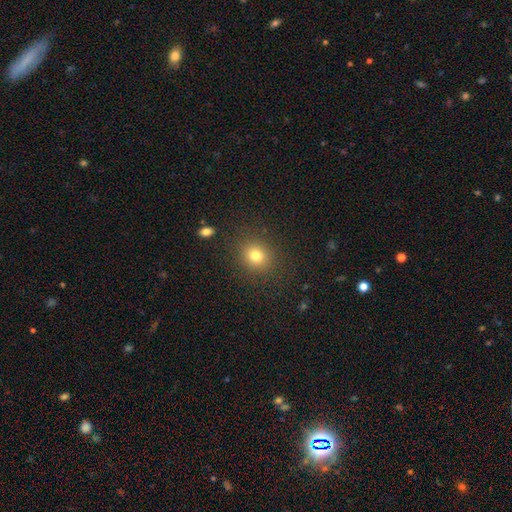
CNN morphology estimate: A smooth galaxy with no disk features (78%) that is round (79%). Merging: none (87%).